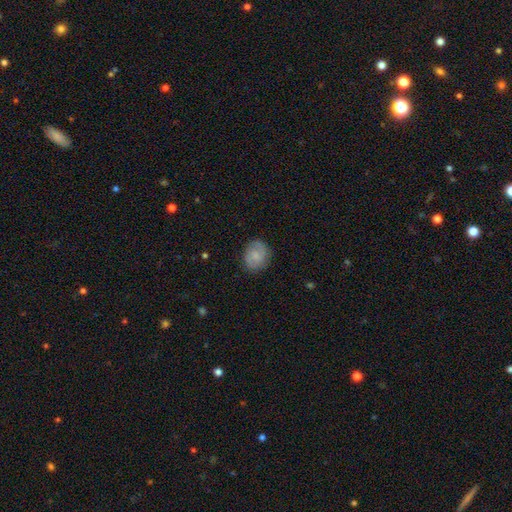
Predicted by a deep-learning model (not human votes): Smooth or featured?
  - featured or disk: 48% *
  - smooth: 45%
  - star or artifact: 8%
Merging?
  - none: 82% *
  - minor disturbance: 13%
  - major disturbance: 4%
  - merger: 1%